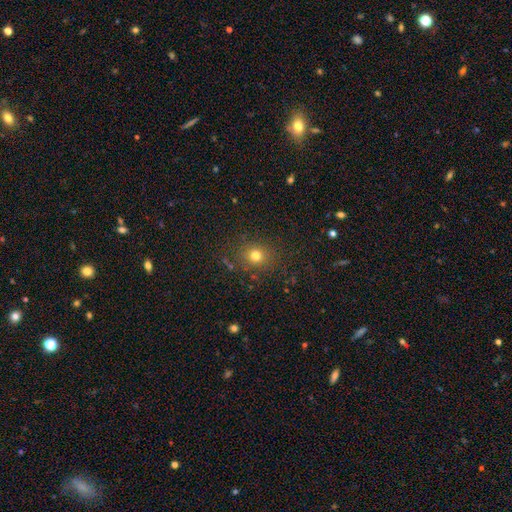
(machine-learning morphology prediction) Q: Smooth or featured?
A: smooth (75%); runner-up: star or artifact (18%)
Q: How rounded?
A: round (83%); runner-up: in between (16%)
Q: Merging?
A: none (85%); runner-up: minor disturbance (9%)